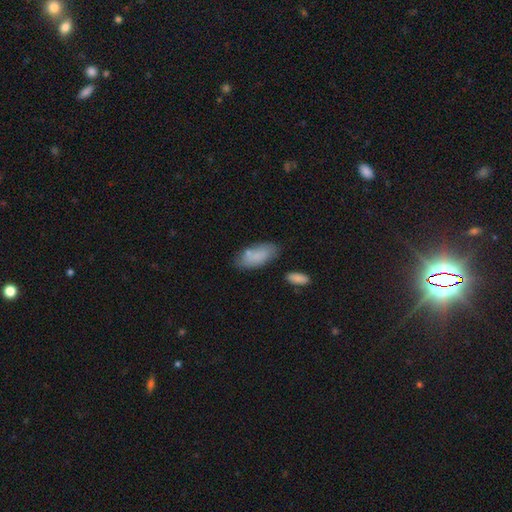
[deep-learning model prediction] Overall: smooth (82%). How rounded: in between (90%). Merging: none (70%).